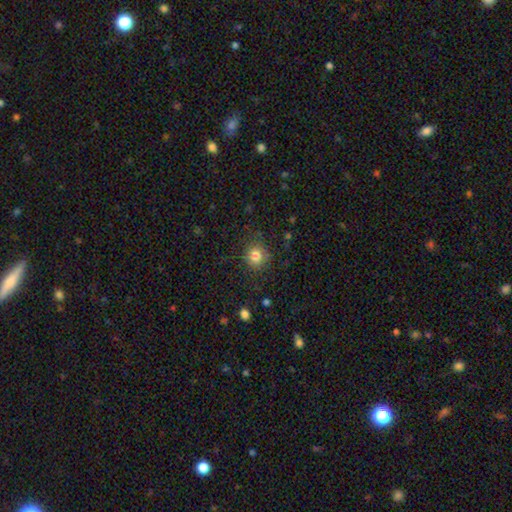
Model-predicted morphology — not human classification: Smooth or featured: smooth — 83% (star or artifact — 11%)
How rounded: round — 79% (in between — 20%)
Merging: none — 76% (minor disturbance — 16%)